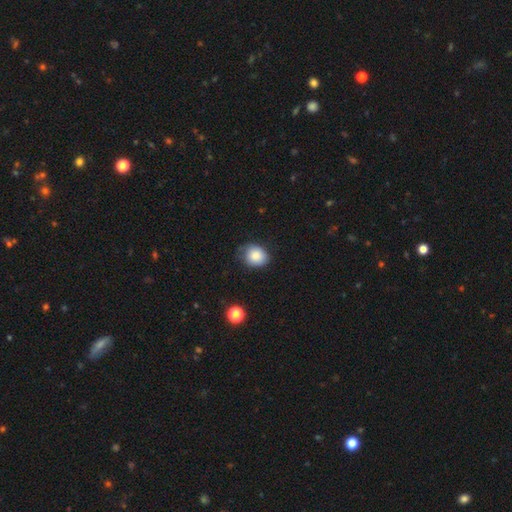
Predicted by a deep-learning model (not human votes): Smooth or featured: smooth — 82% (star or artifact — 9%)
How rounded: round — 63% (in between — 36%)
Merging: none — 59% (minor disturbance — 31%)